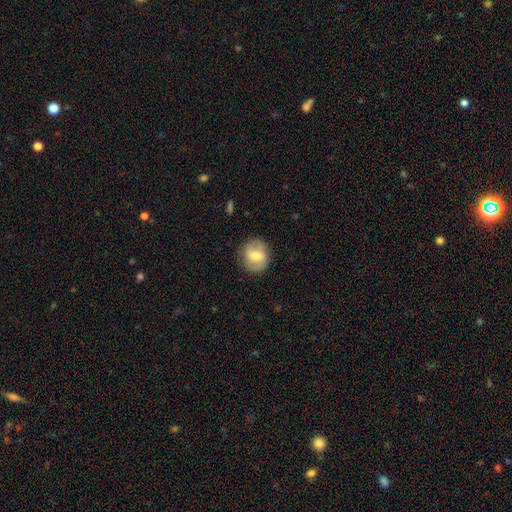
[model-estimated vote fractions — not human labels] This appears to be a smooth galaxy with no disk features (52%) that is round (75%). Merging: none (80%).